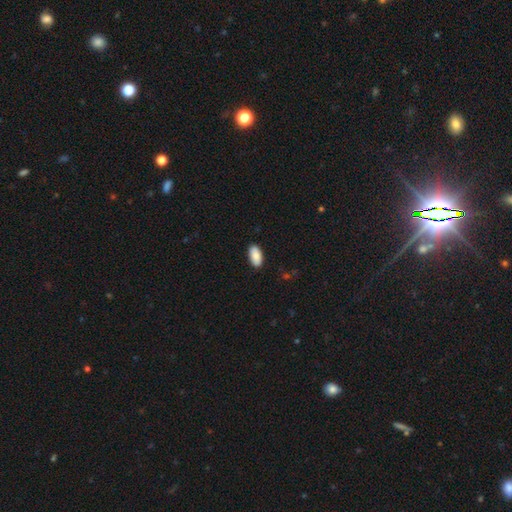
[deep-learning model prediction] smooth-or-featured: smooth: 88% | featured or disk: 6% | star or artifact: 6%
  how-rounded: in between: 94% | cigar-shaped: 4% | round: 2%
  merging: none: 88% | minor disturbance: 9% | major disturbance: 2% | merger: 1%